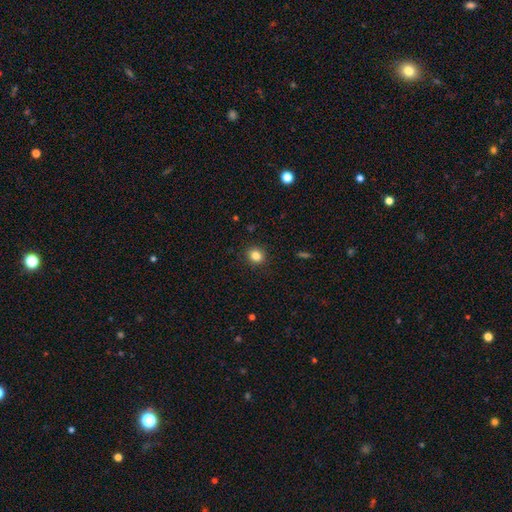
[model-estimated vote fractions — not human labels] Overall: smooth (83%). How rounded: round (77%). Merging: none (90%).